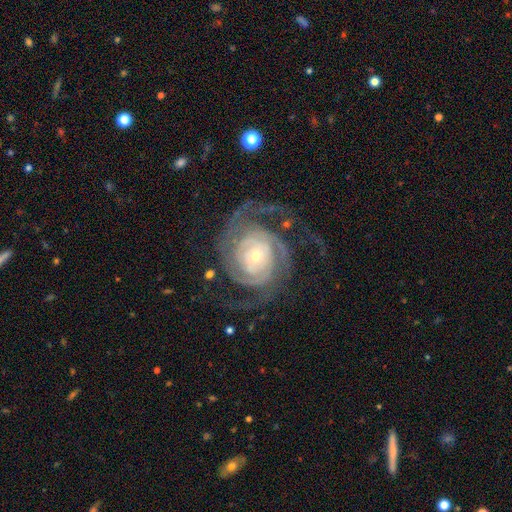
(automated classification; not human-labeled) Smooth or featured?
  - featured or disk: 91% *
  - star or artifact: 4%
  - smooth: 4%
Edge-on disk?
  - no: 98% *
  - yes: 2%
Bar?
  - no: 63% *
  - weak: 27%
  - strong: 11%
Spiral arms?
  - yes: 98% *
  - no: 2%
Spiral winding?
  - tight: 65% *
  - medium: 28%
  - loose: 7%
Spiral arm count?
  - 2: 45% *
  - 3: 21%
  - can't tell: 13%
  - 4: 8%
  - 1: 6%
  - more than 4: 6%
Bulge size?
  - small: 56% *
  - moderate: 37%
  - large: 4%
  - none: 1%
  - dominant: 1%
Merging?
  - none: 68% *
  - major disturbance: 16%
  - minor disturbance: 14%
  - merger: 2%